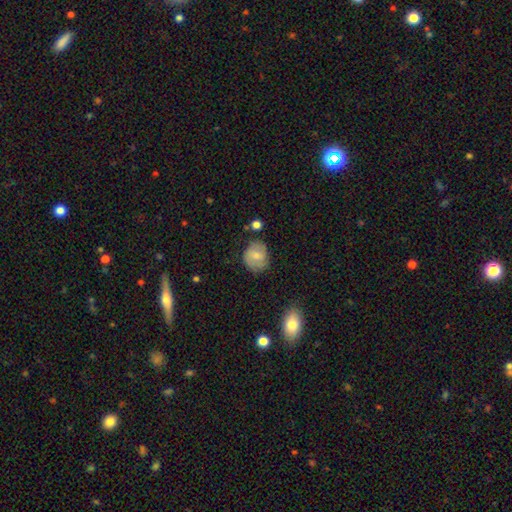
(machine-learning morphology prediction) Smooth or featured?
  - smooth: 69% *
  - featured or disk: 23%
  - star or artifact: 8%
How rounded?
  - round: 68% *
  - in between: 30%
  - cigar-shaped: 1%
Merging?
  - none: 69% *
  - minor disturbance: 22%
  - major disturbance: 6%
  - merger: 3%